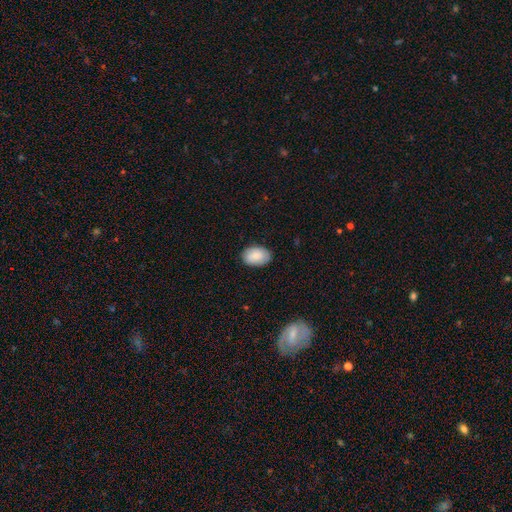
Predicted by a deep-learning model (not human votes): Smooth or featured? smooth (85%)
How rounded? in between (88%)
Merging? none (84%)